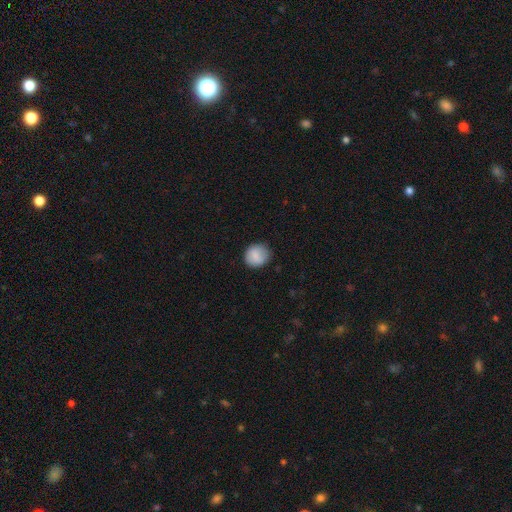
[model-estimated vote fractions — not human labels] smooth 83%, featured or disk 9%, star or artifact 7%. Down the decision tree: how rounded — round (84%); merging — none (84%).